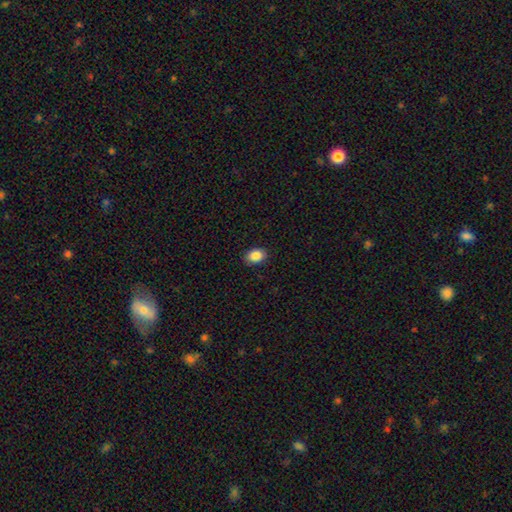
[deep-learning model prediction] A smooth galaxy with no disk features (87%) that is in between round and cigar-shaped (78%).

Vote fractions:
- Smooth or featured? smooth: 87% / star or artifact: 8% / featured or disk: 4%
- How rounded? in between: 78% / round: 21% / cigar-shaped: 1%
- Merging? none: 89% / minor disturbance: 8% / major disturbance: 2% / merger: 1%